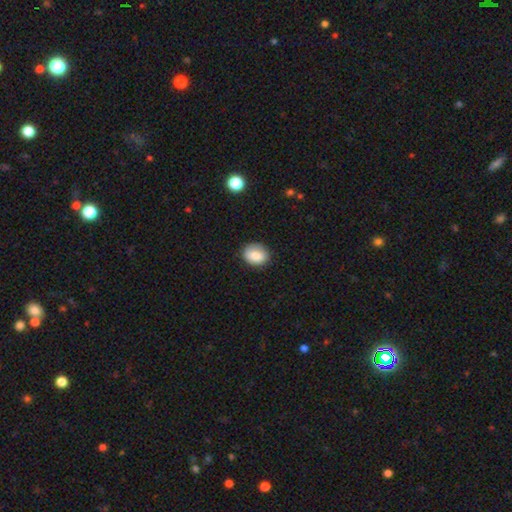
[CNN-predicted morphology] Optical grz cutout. It shows a smooth galaxy with no disk features (80%) that is round (51%). Merging: none (84%).